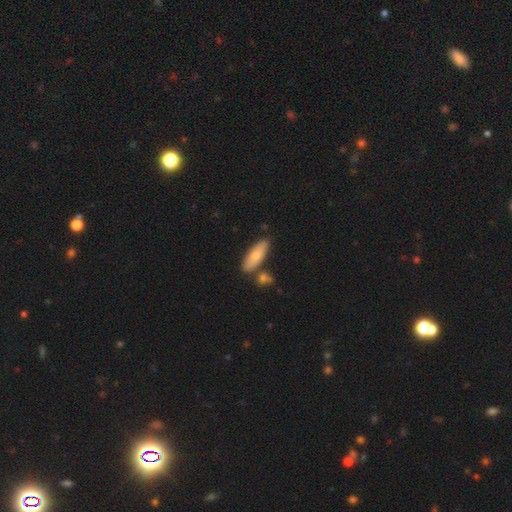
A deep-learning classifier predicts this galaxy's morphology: smooth-or-featured: smooth: 72% | featured or disk: 23% | star or artifact: 5%
  how-rounded: in between: 61% | cigar-shaped: 36% | round: 2%
  merging: none: 76% | minor disturbance: 11% | merger: 10% | major disturbance: 2%